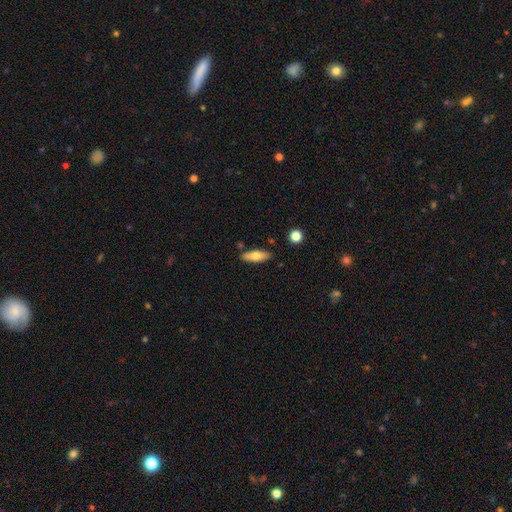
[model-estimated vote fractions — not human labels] smooth-or-featured: smooth: 68% | featured or disk: 25% | star or artifact: 6%
  how-rounded: in between: 57% | cigar-shaped: 40% | round: 3%
  merging: none: 83% | minor disturbance: 11% | merger: 4% | major disturbance: 2%